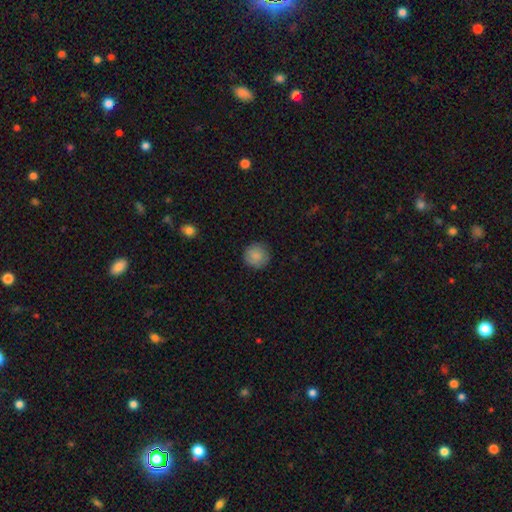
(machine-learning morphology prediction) Smooth or featured? Predicted: smooth (p=0.86). How rounded? Predicted: round (p=0.94). Merging? Predicted: none (p=0.88).